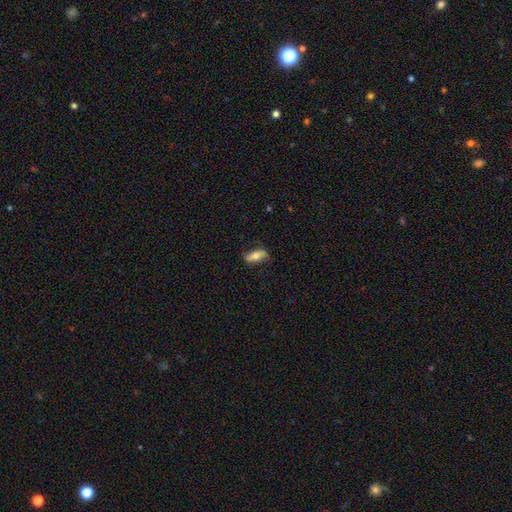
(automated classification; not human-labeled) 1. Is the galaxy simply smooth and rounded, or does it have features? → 59% smooth, 34% featured or disk, 7% star or artifact.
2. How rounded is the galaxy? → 68% in between, 29% cigar-shaped, 3% round.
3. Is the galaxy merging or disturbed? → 77% none, 18% minor disturbance, 4% major disturbance, 1% merger.